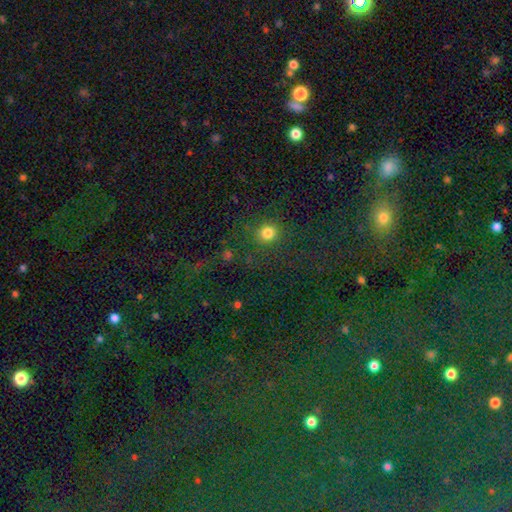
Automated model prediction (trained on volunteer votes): This is likely a star or artifact rather than a galaxy (66%).